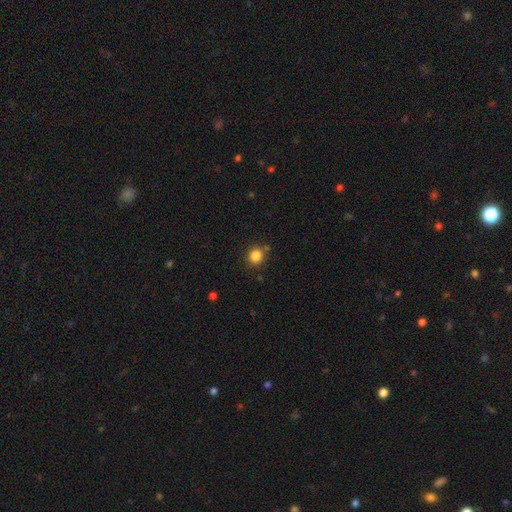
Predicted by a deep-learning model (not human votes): smooth_or_featured: smooth (p=0.84) [alt: star or artifact p=0.12]
how_rounded: round (p=0.88) [alt: in between p=0.11]
merging: none (p=0.81) [alt: minor disturbance p=0.11]